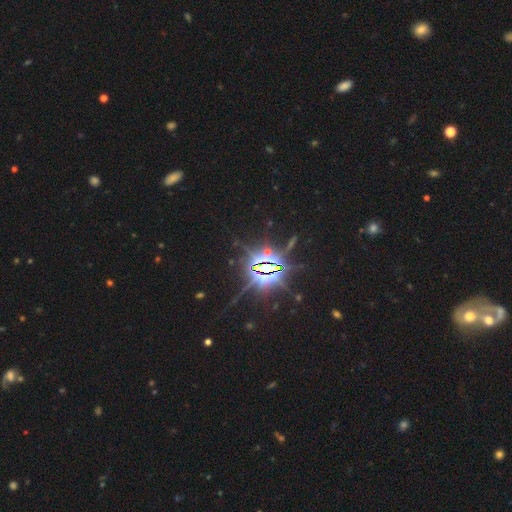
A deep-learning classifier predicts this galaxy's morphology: star or artifact 86%, featured or disk 8%, smooth 6%.